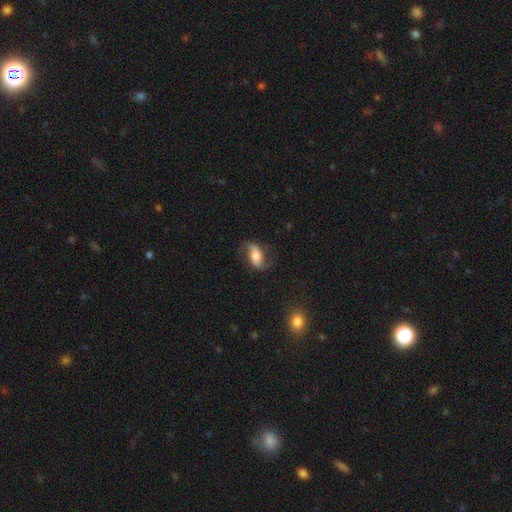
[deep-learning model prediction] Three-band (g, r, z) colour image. It shows a featured or disk galaxy (62%) with no bar (41%), 2 (91%) loose (69%) spiral arms (92%) and a moderate central bulge (38%). Merging: none (70%).